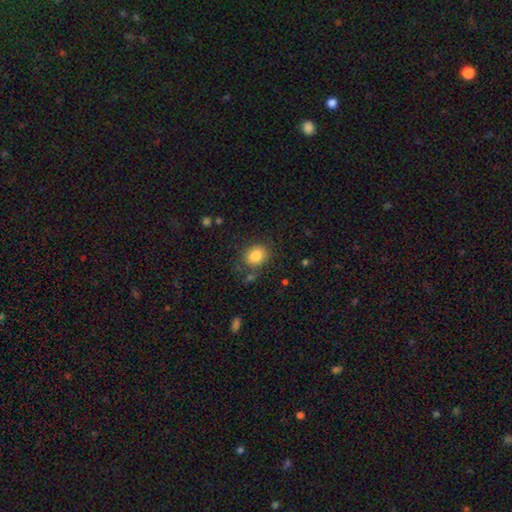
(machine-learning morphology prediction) smooth_or_featured: smooth (p=0.85) [alt: star or artifact p=0.09]
how_rounded: round (p=0.59) [alt: in between p=0.40]
merging: none (p=0.76) [alt: minor disturbance p=0.14]